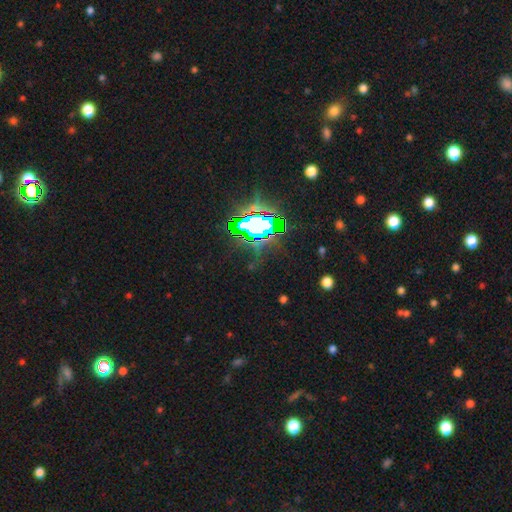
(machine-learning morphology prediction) smooth-or-featured: star or artifact: 76% | smooth: 13% | featured or disk: 11%